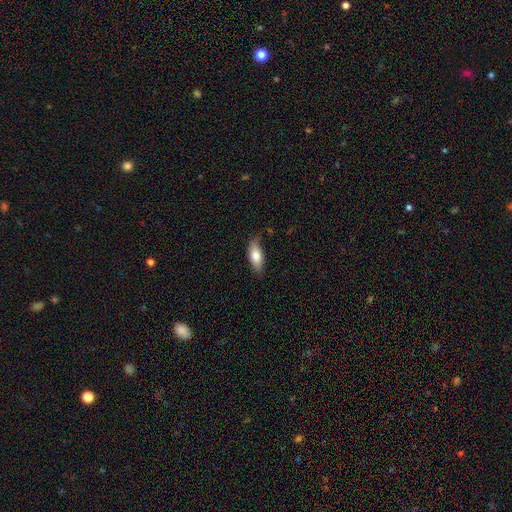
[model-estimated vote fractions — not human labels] Morphology: type=smooth (77%); roundness=in between (79%); merging=none (77%).